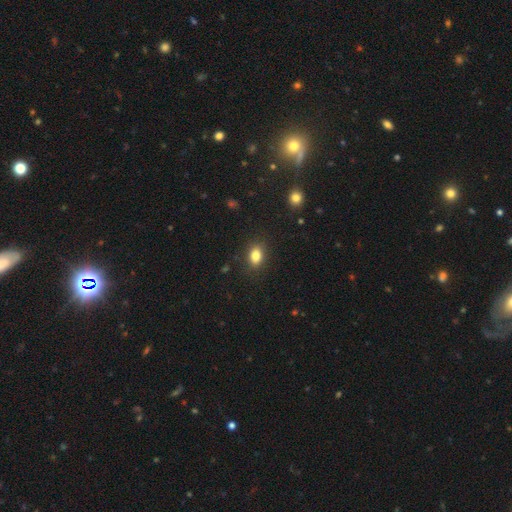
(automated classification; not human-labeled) Smooth or featured? smooth (85%)
How rounded? in between (82%)
Merging? none (85%)